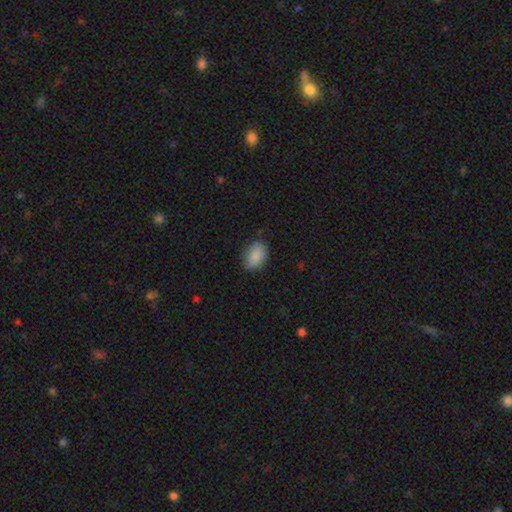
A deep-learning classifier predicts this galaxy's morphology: Overall: smooth (87%). How rounded: in between (84%). Merging: none (75%).